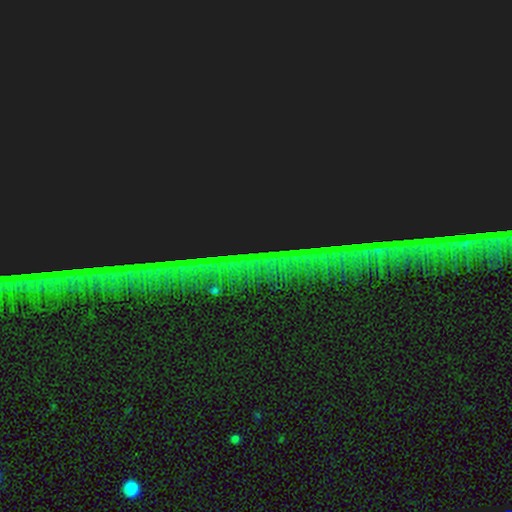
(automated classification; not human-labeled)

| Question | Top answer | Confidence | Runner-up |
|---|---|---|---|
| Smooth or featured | star or artifact | 83% | featured or disk (9%) |